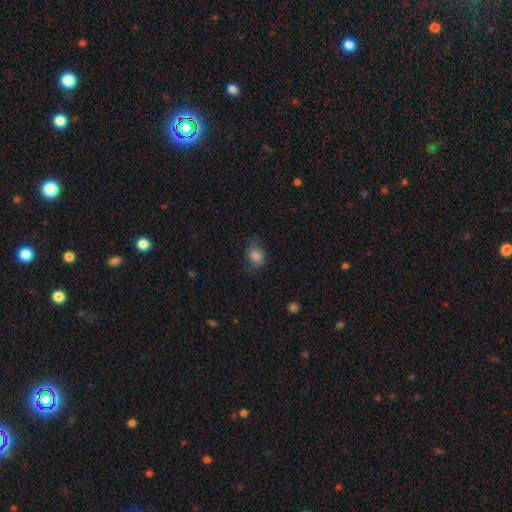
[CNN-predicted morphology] smooth 82%, star or artifact 10%, featured or disk 8%. Down the decision tree: how rounded — round (56%); merging — none (62%).